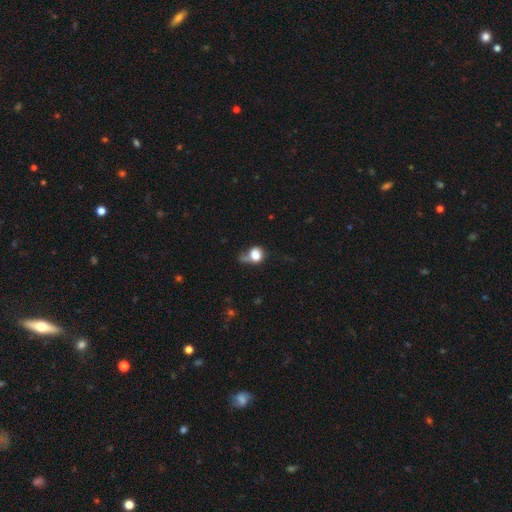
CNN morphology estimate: Smooth or featured? smooth (77%)
How rounded? round (69%)
Merging? none (31%)